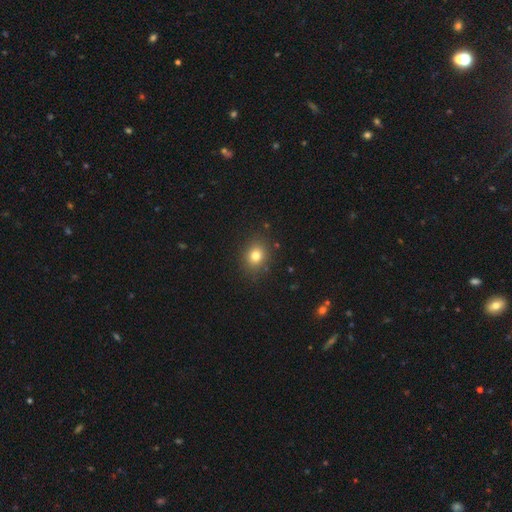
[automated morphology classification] Smooth or featured: smooth — 79% (star or artifact — 13%)
How rounded: round — 63% (in between — 36%)
Merging: none — 87% (minor disturbance — 9%)